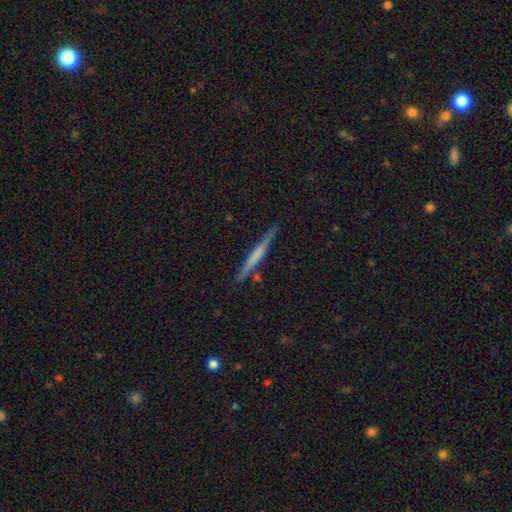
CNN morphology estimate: A featured or disk galaxy (50%) viewed edge-on (97%). Merging: none (85%).